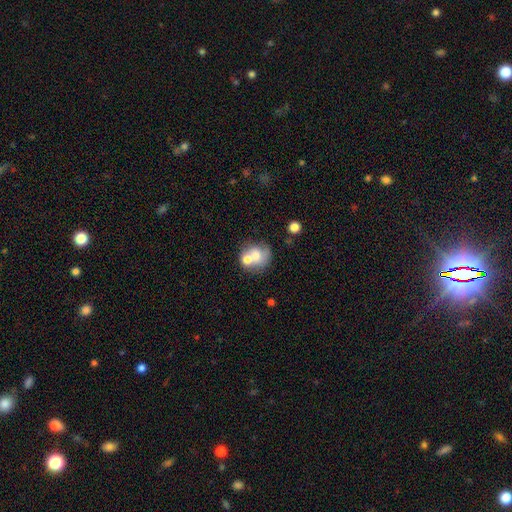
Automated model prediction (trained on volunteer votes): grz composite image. It shows a smooth galaxy with no disk features (63%) that is round (73%). Merging: merger (52%).